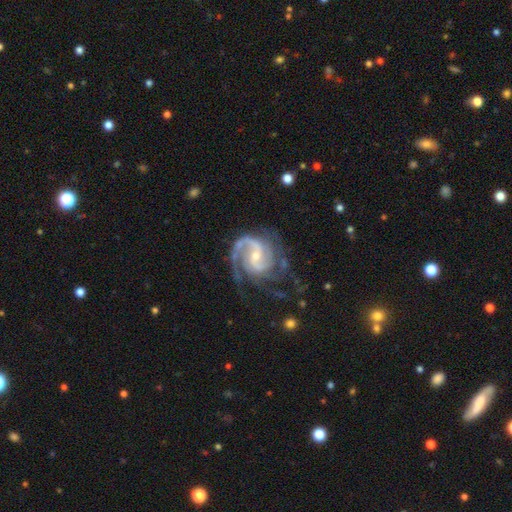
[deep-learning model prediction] A featured or disk galaxy (92%) with a weak bar (45%), 2 (53%) medium (49%) spiral arms (98%) and a small central bulge (65%). Merging: none (61%).